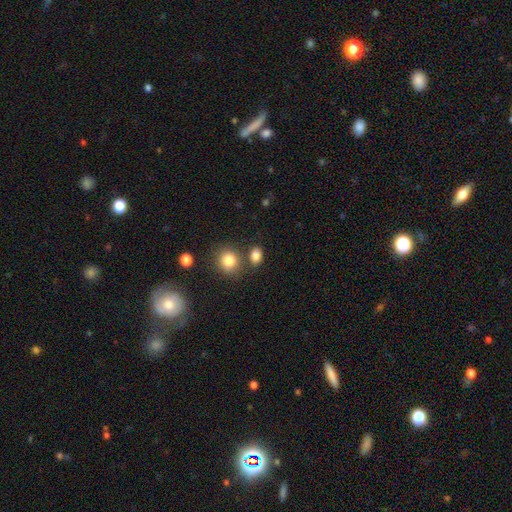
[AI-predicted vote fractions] The model was most divided on "how rounded": in between: 63%, round: 35%, cigar-shaped: 1%. More confident: smooth or featured — smooth (84%); merging — none (71%).